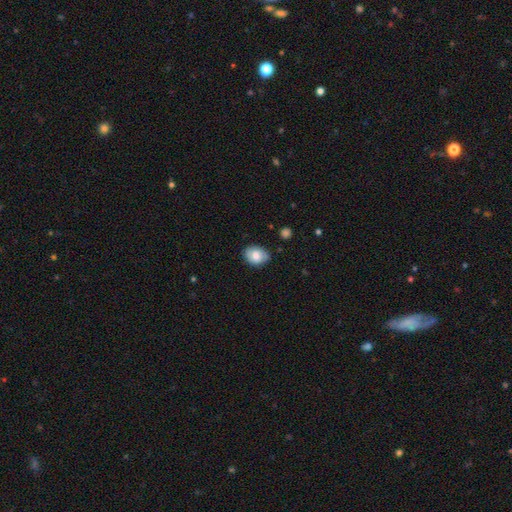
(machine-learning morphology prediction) The model was most divided on "how rounded": in between: 59%, round: 40%, cigar-shaped: 1%. More confident: merging — none (74%); smooth or featured — smooth (67%).